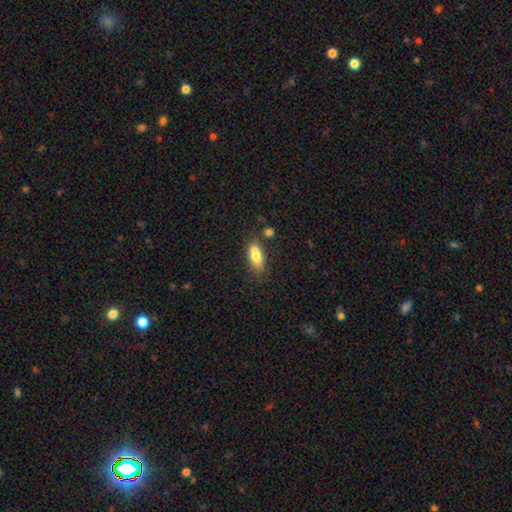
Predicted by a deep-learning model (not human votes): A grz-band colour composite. It shows a smooth galaxy with no disk features (79%) that is in between round and cigar-shaped (77%). Merging: none (62%).